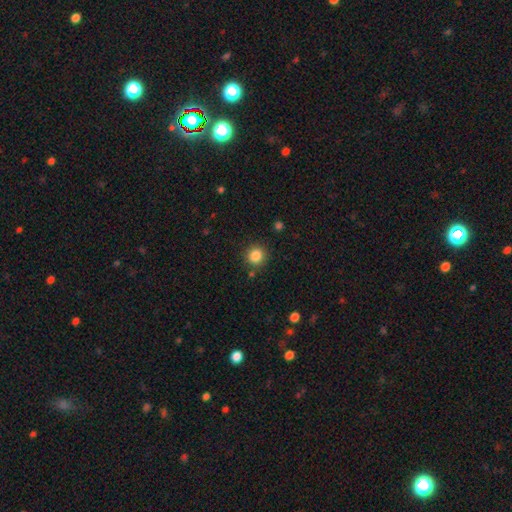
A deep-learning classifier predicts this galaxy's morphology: smooth 85%, star or artifact 11%, featured or disk 4%. Down the decision tree: how rounded — round (91%); merging — none (87%).